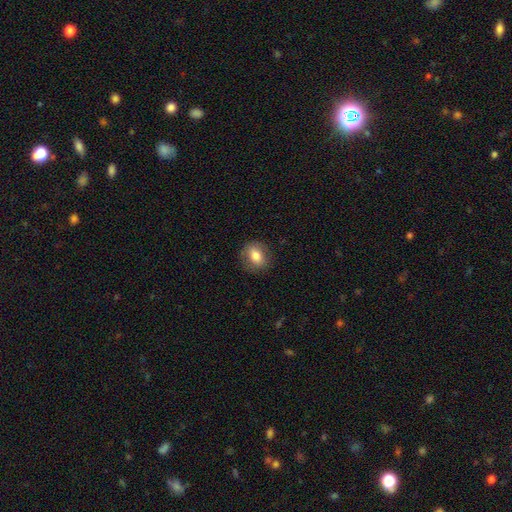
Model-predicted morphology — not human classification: A smooth galaxy with no disk features (75%) that is round (57%).

Vote fractions:
- Smooth or featured? smooth: 75% / featured or disk: 17% / star or artifact: 8%
- How rounded? round: 57% / in between: 42% / cigar-shaped: 1%
- Merging? none: 83% / minor disturbance: 12% / major disturbance: 4% / merger: 1%